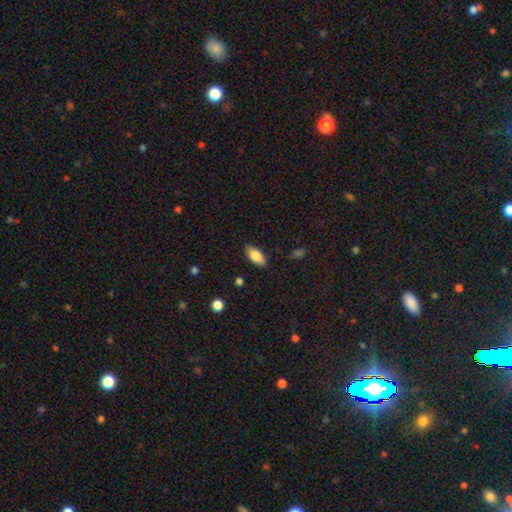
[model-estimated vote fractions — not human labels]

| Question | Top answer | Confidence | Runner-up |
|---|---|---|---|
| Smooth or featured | smooth | 84% | featured or disk (9%) |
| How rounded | in between | 89% | cigar-shaped (8%) |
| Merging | none | 86% | minor disturbance (10%) |